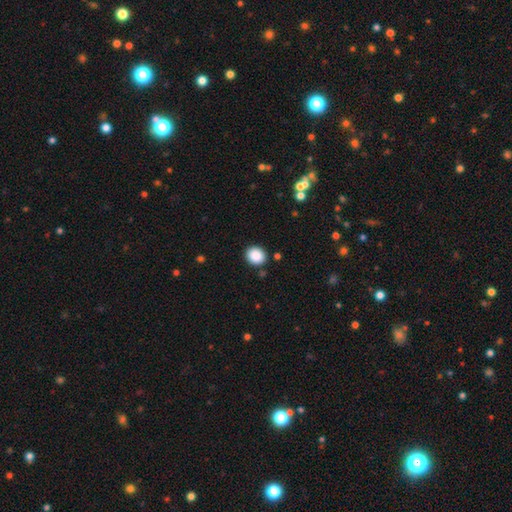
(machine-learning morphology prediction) A smooth galaxy with no disk features (88%) that is round (71%).

Vote fractions:
- Smooth or featured? smooth: 88% / star or artifact: 9% / featured or disk: 3%
- How rounded? round: 71% / in between: 28% / cigar-shaped: 1%
- Merging? none: 89% / minor disturbance: 7% / major disturbance: 2% / merger: 2%